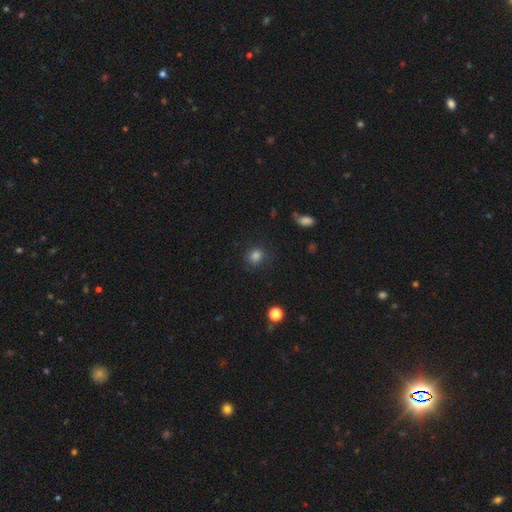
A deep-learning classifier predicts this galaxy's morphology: Smooth or featured? Predicted: smooth (p=0.82). How rounded? Predicted: round (p=0.77). Merging? Predicted: none (p=0.80).